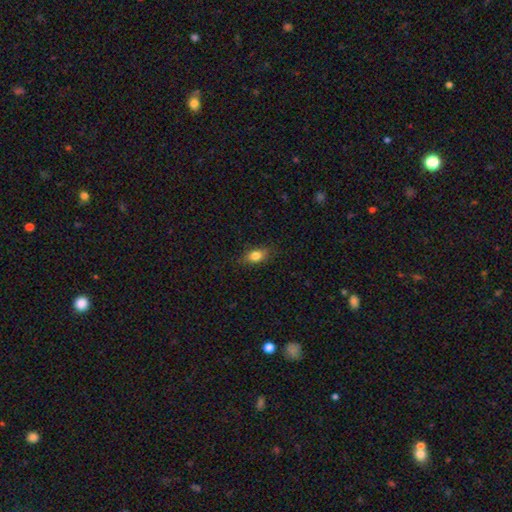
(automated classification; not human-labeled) This appears to be a smooth galaxy with no disk features (82%) that is in between round and cigar-shaped (81%). Merging: none (84%).